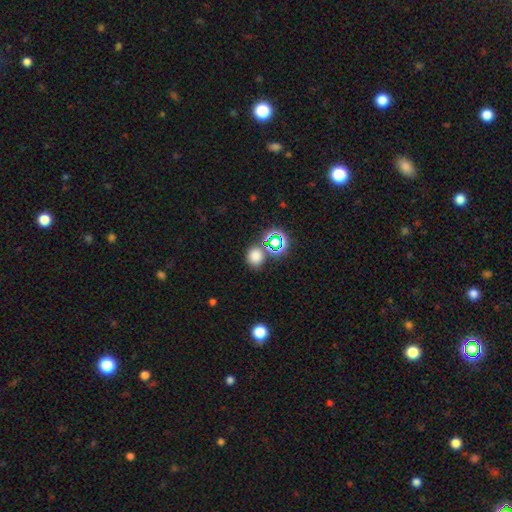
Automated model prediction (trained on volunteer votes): smooth 72%, star or artifact 22%, featured or disk 5%. Down the decision tree: how rounded — round (76%); merging — none (73%).